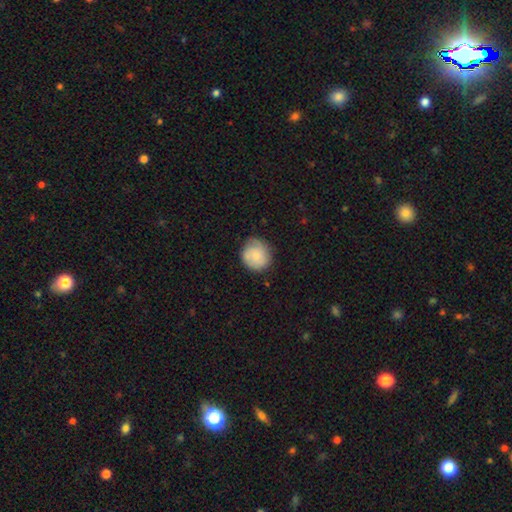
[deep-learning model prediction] The model was most divided on "smooth or featured": smooth: 67%, featured or disk: 26%, star or artifact: 7%. More confident: how rounded — round (87%); merging — none (72%).